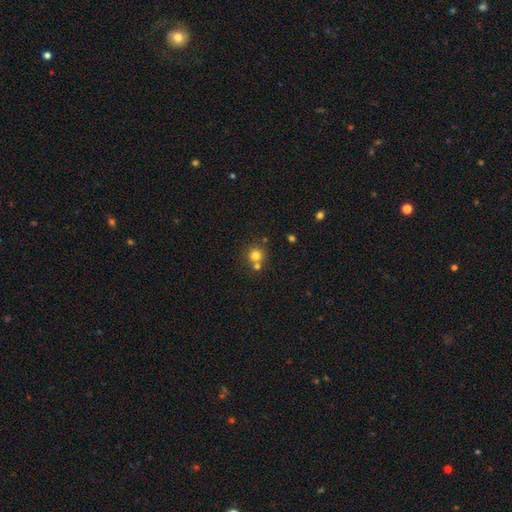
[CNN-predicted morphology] Overall: smooth (77%). How rounded: round (90%). Merging: none (61%; merger 29%).